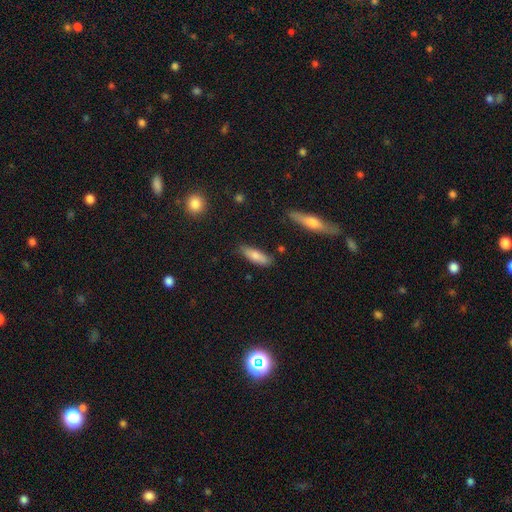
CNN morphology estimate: A smooth galaxy with no disk features (73%) that is in between round and cigar-shaped (50%).

Vote fractions:
- Smooth or featured? smooth: 73% / featured or disk: 20% / star or artifact: 7%
- How rounded? in between: 50% / cigar-shaped: 48% / round: 2%
- Merging? none: 78% / minor disturbance: 16% / merger: 3% / major disturbance: 3%